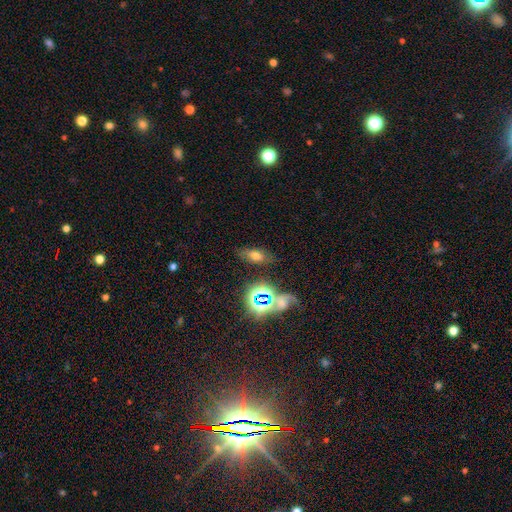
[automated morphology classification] Q: Smooth or featured?
A: smooth (54%); runner-up: star or artifact (27%)
Q: How rounded?
A: in between (82%); runner-up: round (11%)
Q: Merging?
A: none (71%); runner-up: minor disturbance (16%)